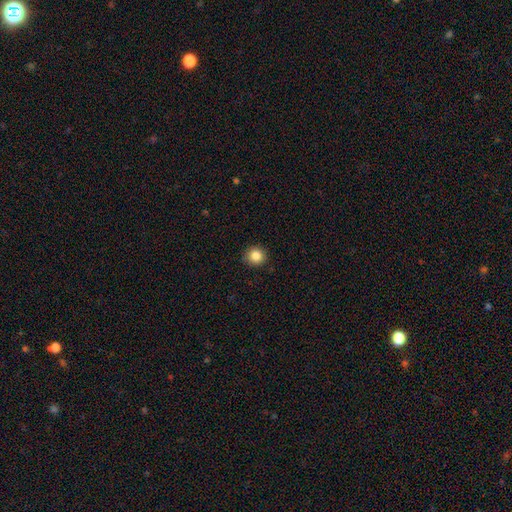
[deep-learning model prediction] This appears to be a smooth galaxy with no disk features (85%) that is round (90%). Merging: none (89%).